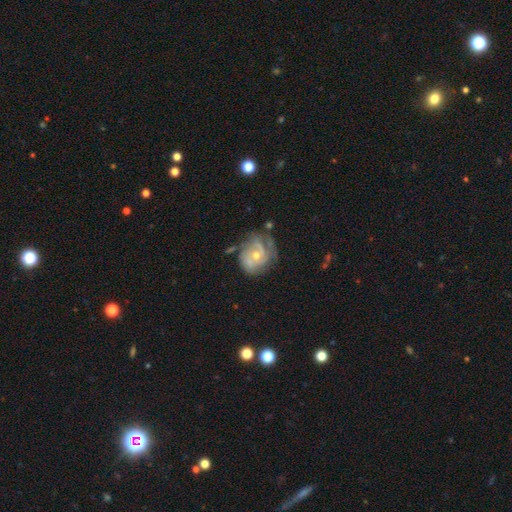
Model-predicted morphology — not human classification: Smooth or featured? featured or disk (70%)
Edge-on disk? no (97%)
Bar? no (77%)
Spiral arms? yes (80%)
Spiral winding? tight (56%)
Spiral arm count? can't tell (37%)
Bulge size? moderate (51%)
Merging? none (51%)